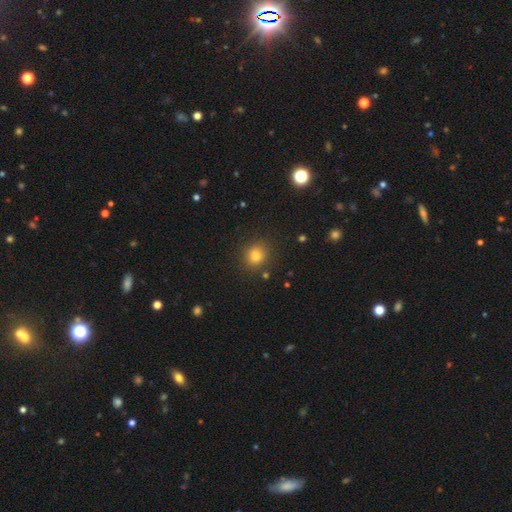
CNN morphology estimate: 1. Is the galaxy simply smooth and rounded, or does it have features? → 79% smooth, 14% star or artifact, 7% featured or disk.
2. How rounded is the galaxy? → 86% round, 13% in between, 1% cigar-shaped.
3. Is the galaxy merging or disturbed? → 87% none, 8% minor disturbance, 3% major disturbance, 2% merger.